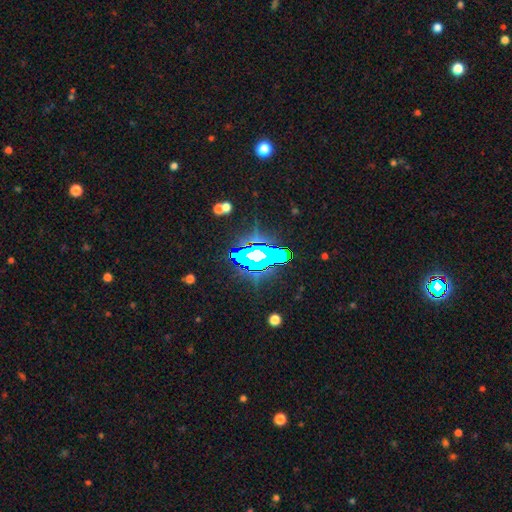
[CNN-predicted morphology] Smooth or featured: star or artifact — 67% (smooth — 17%)